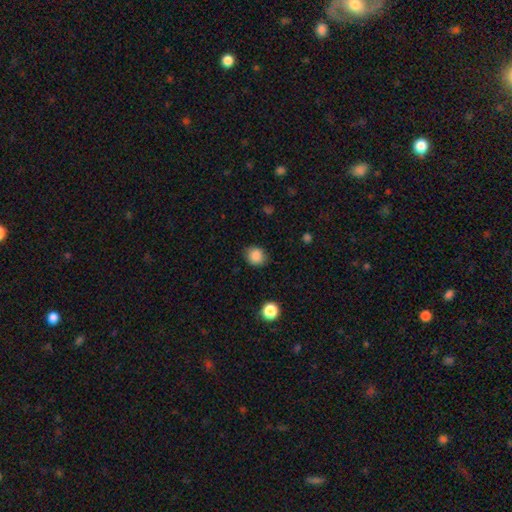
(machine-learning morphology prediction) Q: Smooth or featured?
A: smooth (86%); runner-up: star or artifact (10%)
Q: How rounded?
A: round (76%); runner-up: in between (23%)
Q: Merging?
A: none (81%); runner-up: minor disturbance (14%)